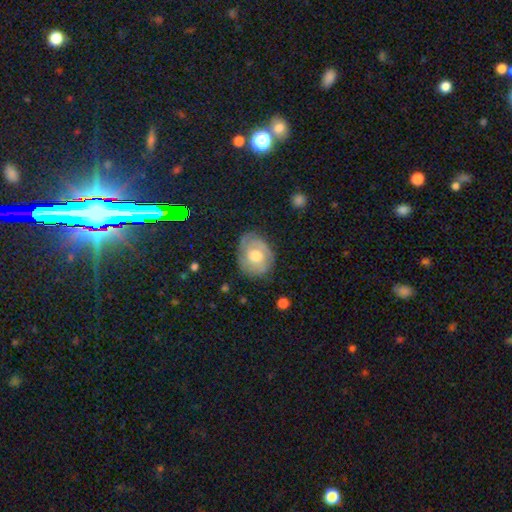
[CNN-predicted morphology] This is likely a featured or disk galaxy (63%). It is clearly not viewed edge-on (96%). Bar: likely no (72%). Spiral arm pattern: clearly yes (81%). Central bulge: likely moderate (71%). Merging: likely none (73%).